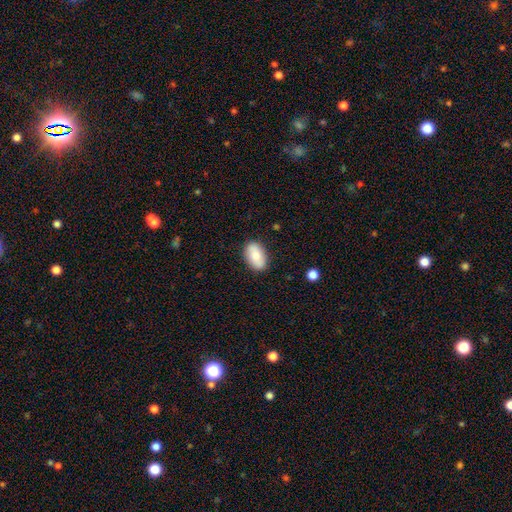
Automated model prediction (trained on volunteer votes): This appears to be a smooth galaxy with no disk features (74%) that is in between round and cigar-shaped (91%). Merging: none (85%).